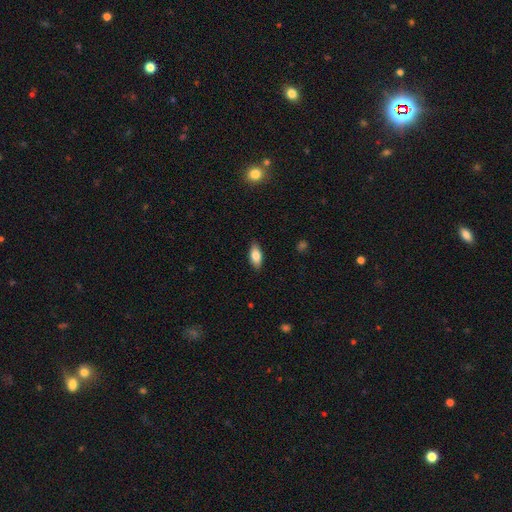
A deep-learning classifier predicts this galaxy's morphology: type=smooth (81%); roundness=in between (86%); merging=none (86%).